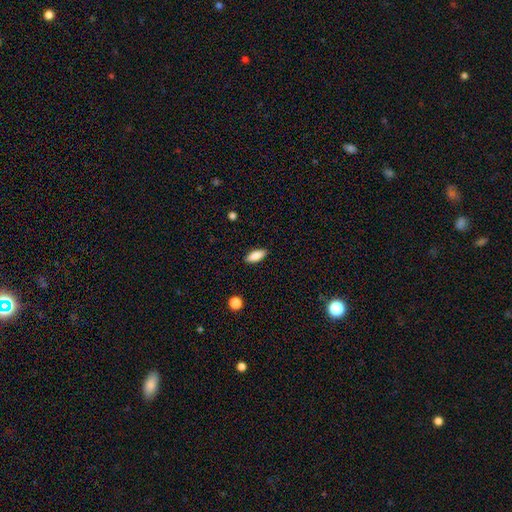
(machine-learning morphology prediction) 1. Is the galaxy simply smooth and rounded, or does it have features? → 87% smooth, 7% star or artifact, 6% featured or disk.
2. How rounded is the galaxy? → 82% in between, 16% cigar-shaped, 2% round.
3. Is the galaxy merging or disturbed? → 88% none, 9% minor disturbance, 2% major disturbance, 1% merger.